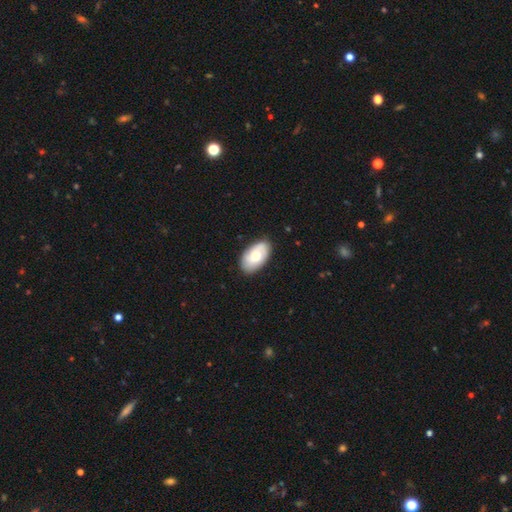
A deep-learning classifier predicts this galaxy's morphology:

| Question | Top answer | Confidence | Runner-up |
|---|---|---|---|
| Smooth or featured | smooth | 65% | featured or disk (29%) |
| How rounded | in between | 95% | round (4%) |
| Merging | none | 83% | minor disturbance (13%) |